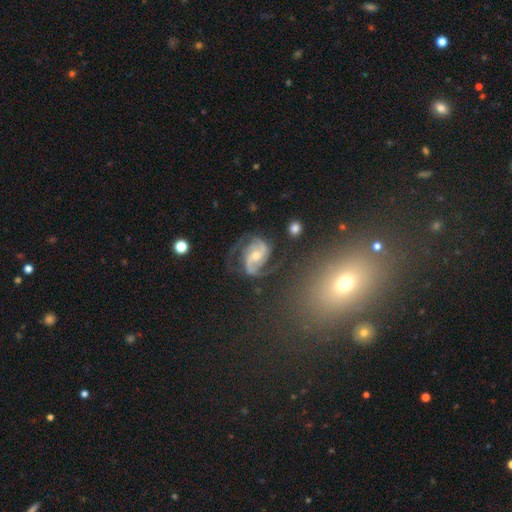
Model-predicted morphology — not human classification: Overall: featured or disk (87%). Edge-on disk: no (98%). Bar: no (42%; weak 40%). Spiral arms: yes (97%). Spiral arm count: 2 (72%). Spiral winding: medium (52%; loose 24%). Bulge size: moderate (54%; small 39%). Merging: none (60%; minor disturbance 21%).